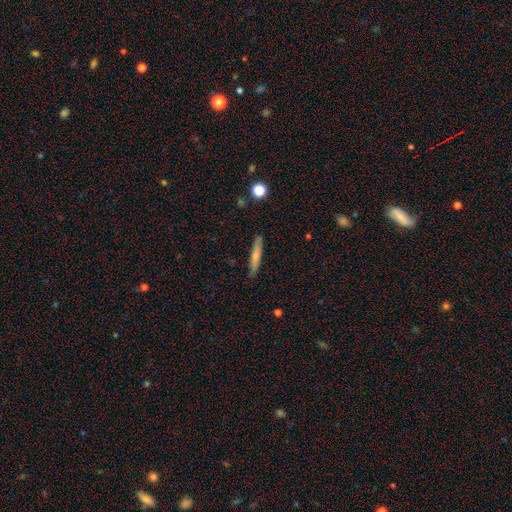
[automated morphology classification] smooth_or_featured: smooth (p=0.66) [alt: featured or disk p=0.27]
how_rounded: cigar-shaped (p=0.91) [alt: in between p=0.07]
merging: none (p=0.84) [alt: minor disturbance p=0.12]